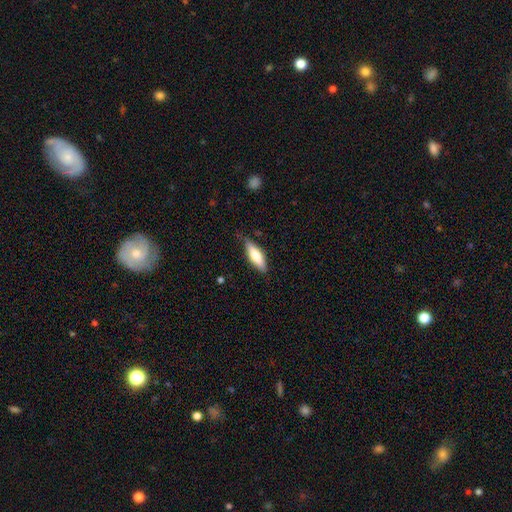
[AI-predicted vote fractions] Smooth or featured? Predicted: smooth (p=0.67). How rounded? Predicted: in between (p=0.50). Merging? Predicted: none (p=0.72).